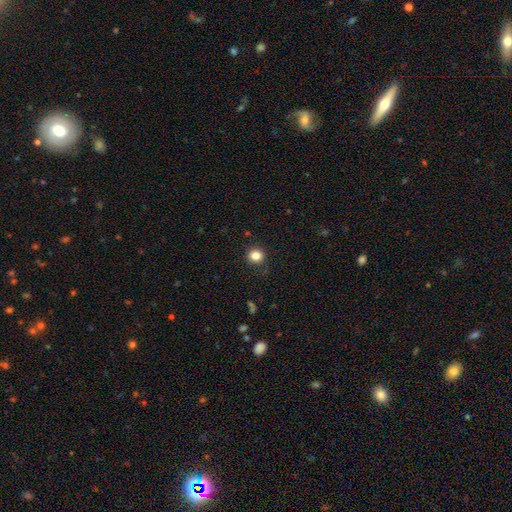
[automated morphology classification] smooth 84%, star or artifact 11%, featured or disk 5%. Down the decision tree: how rounded — round (86%); merging — none (89%).